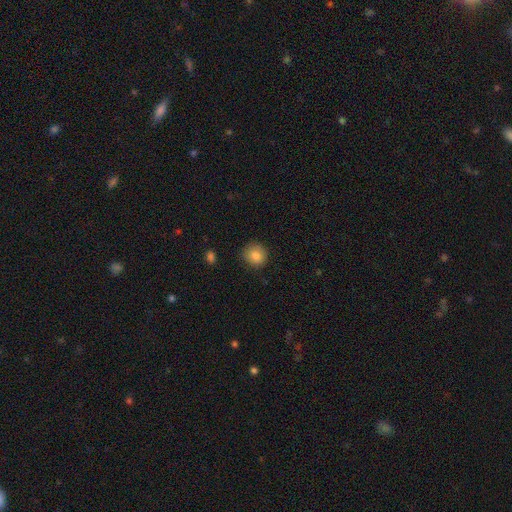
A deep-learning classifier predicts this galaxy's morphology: Q: Smooth or featured?
A: smooth (84%); runner-up: star or artifact (10%)
Q: How rounded?
A: round (90%); runner-up: in between (9%)
Q: Merging?
A: none (87%); runner-up: minor disturbance (10%)